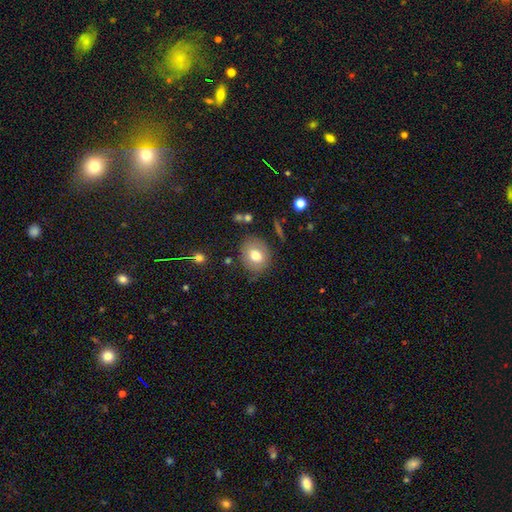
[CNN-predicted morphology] Smooth or featured? Predicted: smooth (p=0.75). How rounded? Predicted: round (p=0.63). Merging? Predicted: none (p=0.78).